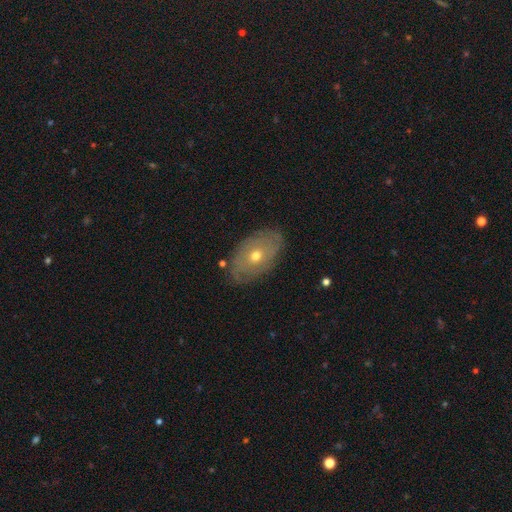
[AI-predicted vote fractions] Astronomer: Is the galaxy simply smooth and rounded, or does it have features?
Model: featured or disk — 61%.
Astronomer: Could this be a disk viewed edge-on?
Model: no — 90%.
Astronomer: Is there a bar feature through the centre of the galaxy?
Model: no — 86%.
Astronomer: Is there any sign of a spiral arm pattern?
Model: yes — 58% (runner-up: no, 42%).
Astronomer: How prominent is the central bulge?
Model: moderate — 59% (runner-up: small, 38%).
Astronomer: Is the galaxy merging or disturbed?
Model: none — 80%.